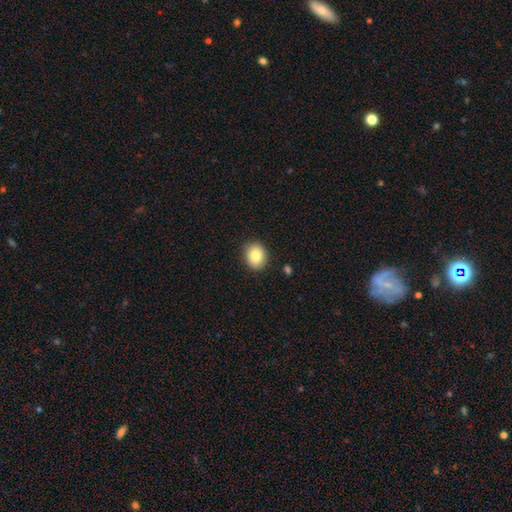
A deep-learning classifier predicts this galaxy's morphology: Smooth or featured: smooth — 83% (star or artifact — 9%)
How rounded: round — 64% (in between — 36%)
Merging: none — 87% (minor disturbance — 10%)